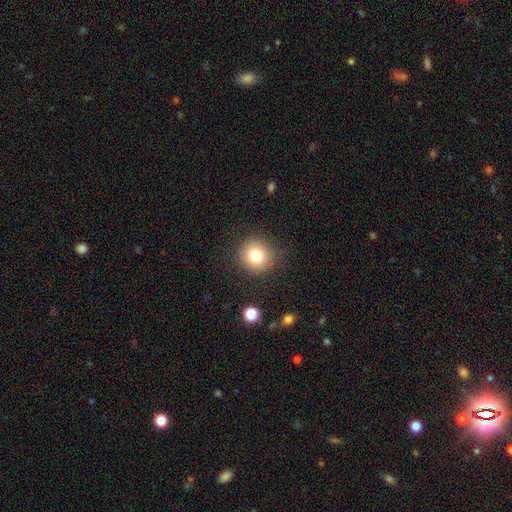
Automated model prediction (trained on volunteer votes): smooth 78%, star or artifact 12%, featured or disk 9%. Down the decision tree: how rounded — round (92%); merging — none (86%).